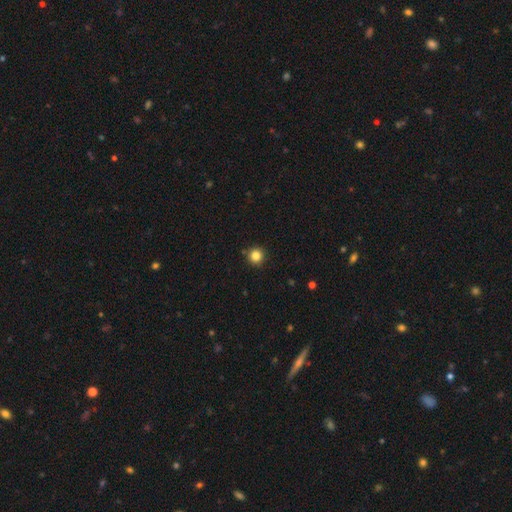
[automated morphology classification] Q: Smooth or featured?
A: smooth (84%); runner-up: star or artifact (12%)
Q: How rounded?
A: round (95%); runner-up: in between (4%)
Q: Merging?
A: none (90%); runner-up: minor disturbance (6%)